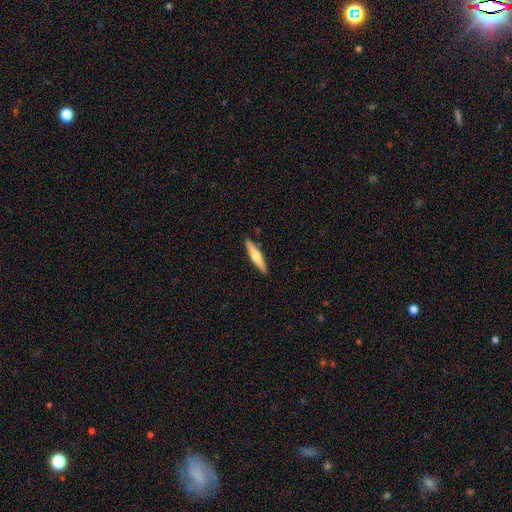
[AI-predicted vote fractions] This is possibly a featured or disk galaxy (49%). Merging: clearly none (90%).